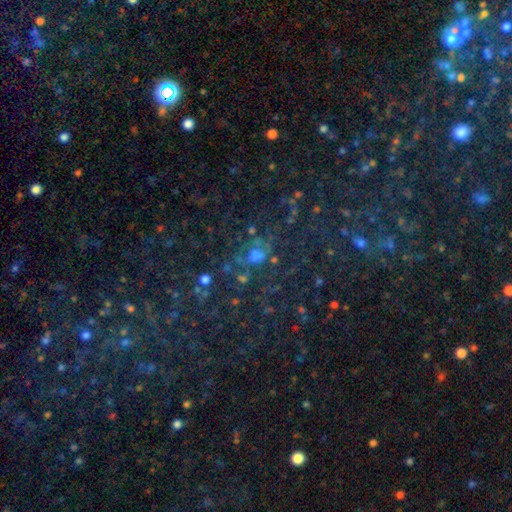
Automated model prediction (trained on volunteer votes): Smooth or featured? Predicted: star or artifact (p=0.52).